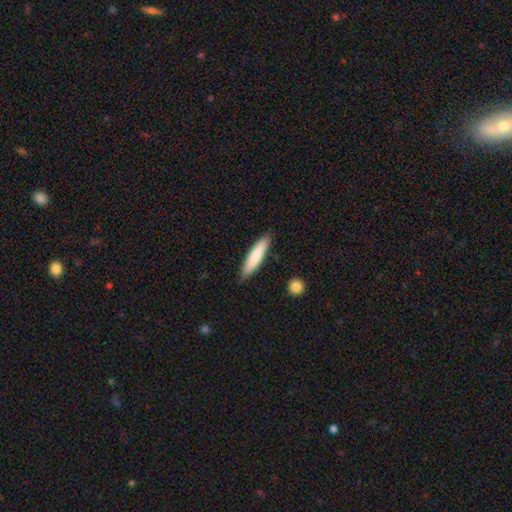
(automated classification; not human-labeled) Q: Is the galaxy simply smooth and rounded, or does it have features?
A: smooth — 80%.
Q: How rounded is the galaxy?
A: cigar-shaped — 80%.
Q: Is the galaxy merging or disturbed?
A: none — 84%.